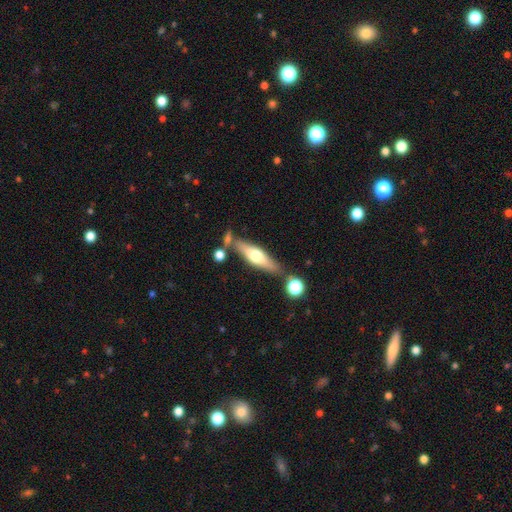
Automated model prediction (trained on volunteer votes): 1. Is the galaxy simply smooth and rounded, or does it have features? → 49% featured or disk, 45% smooth, 6% star or artifact.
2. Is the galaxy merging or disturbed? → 70% none, 14% minor disturbance, 12% merger, 4% major disturbance.